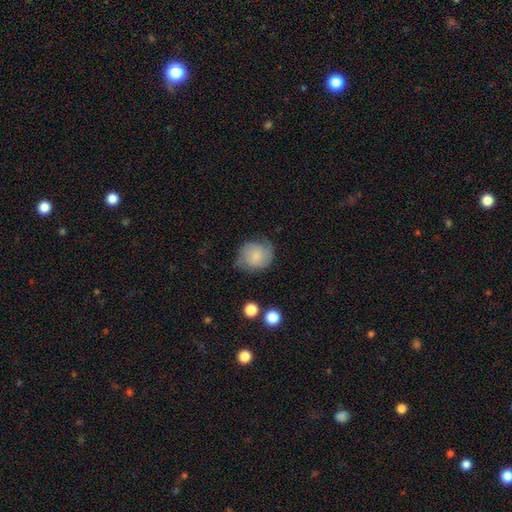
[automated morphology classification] Smooth or featured? smooth (64%)
How rounded? round (73%)
Merging? none (60%)